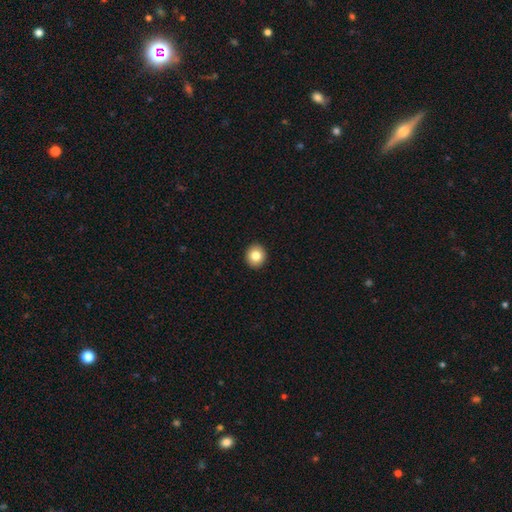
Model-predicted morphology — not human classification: smooth-or-featured: smooth: 81% | featured or disk: 9% | star or artifact: 9%
  how-rounded: round: 88% | in between: 11% | cigar-shaped: 1%
  merging: none: 93% | minor disturbance: 5% | major disturbance: 1% | merger: 1%